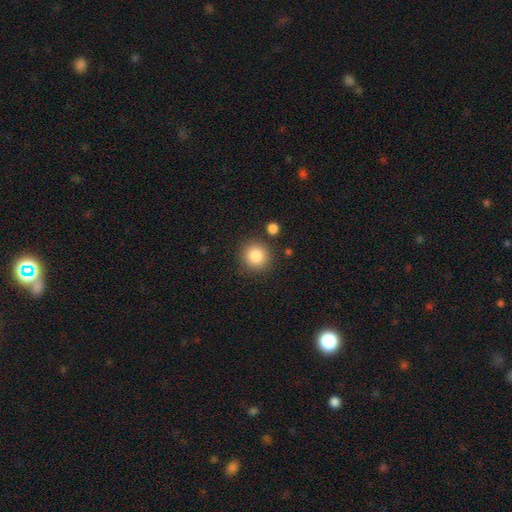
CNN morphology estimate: Smooth or featured?
  - smooth: 84% *
  - star or artifact: 10%
  - featured or disk: 6%
How rounded?
  - round: 92% *
  - in between: 7%
  - cigar-shaped: 1%
Merging?
  - none: 86% *
  - minor disturbance: 8%
  - merger: 4%
  - major disturbance: 3%